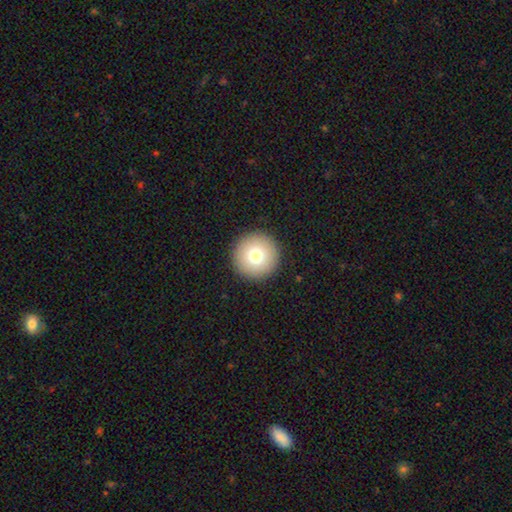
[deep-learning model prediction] Overall: smooth (77%). How rounded: round (97%). Merging: none (93%).